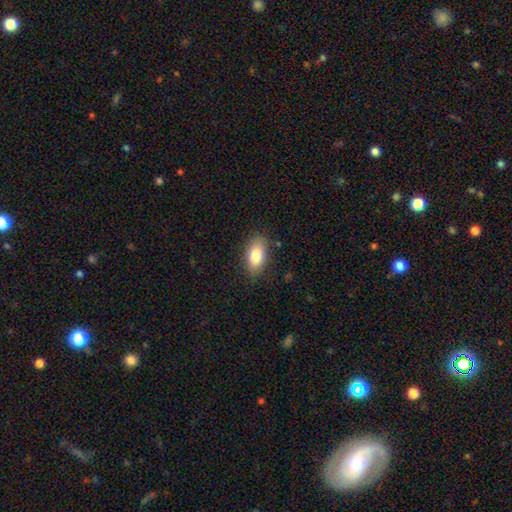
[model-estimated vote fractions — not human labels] smooth 85%, featured or disk 9%, star or artifact 7%. Down the decision tree: how rounded — in between (90%); merging — none (83%).